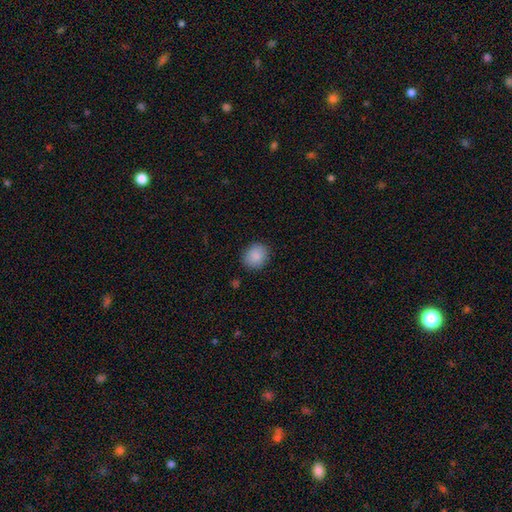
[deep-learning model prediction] A smooth galaxy with no disk features (88%) that is round (67%).

Vote fractions:
- Smooth or featured? smooth: 88% / star or artifact: 8% / featured or disk: 4%
- How rounded? round: 67% / in between: 32% / cigar-shaped: 1%
- Merging? none: 88% / minor disturbance: 9% / major disturbance: 2% / merger: 1%